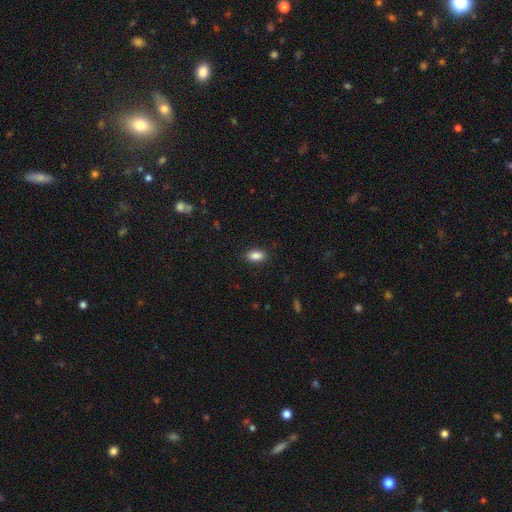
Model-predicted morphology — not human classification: smooth-or-featured: smooth: 88% | star or artifact: 8% | featured or disk: 4%
  how-rounded: in between: 91% | round: 6% | cigar-shaped: 3%
  merging: none: 88% | minor disturbance: 9% | major disturbance: 2% | merger: 1%